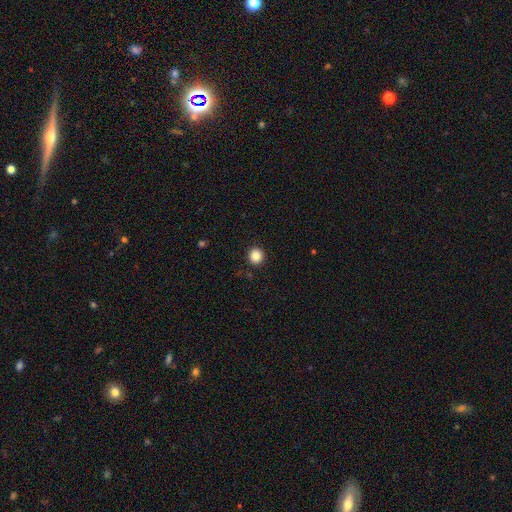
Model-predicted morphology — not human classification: smooth 86%, star or artifact 10%, featured or disk 4%. Down the decision tree: how rounded — round (92%); merging — none (92%).